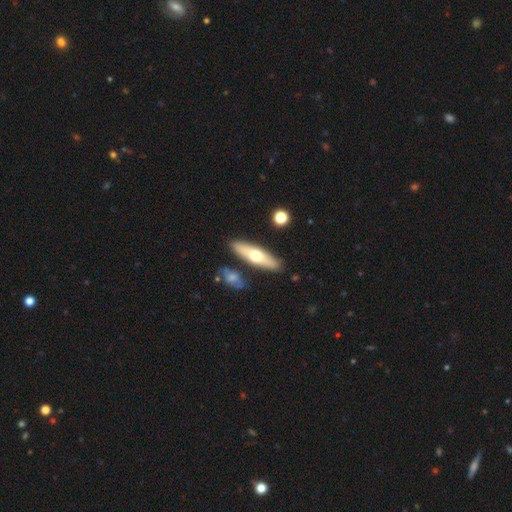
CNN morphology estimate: smooth_or_featured: smooth (p=0.53) [alt: featured or disk p=0.41]
how_rounded: cigar-shaped (p=0.64) [alt: in between p=0.34]
merging: none (p=0.85) [alt: minor disturbance p=0.09]